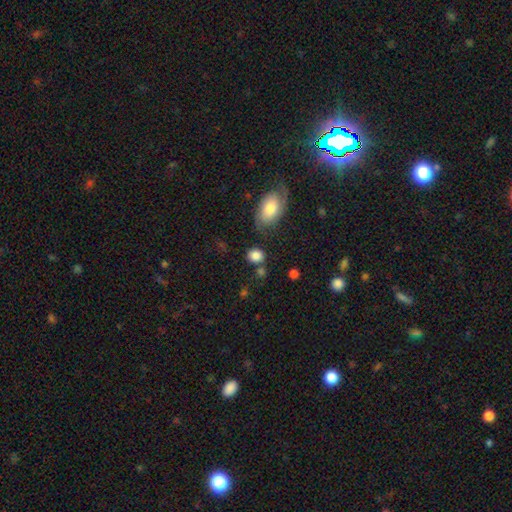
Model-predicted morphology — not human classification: Smooth or featured?
  - smooth: 86% *
  - star or artifact: 9%
  - featured or disk: 5%
How rounded?
  - round: 67% *
  - in between: 31%
  - cigar-shaped: 1%
Merging?
  - none: 69% *
  - minor disturbance: 14%
  - merger: 12%
  - major disturbance: 5%